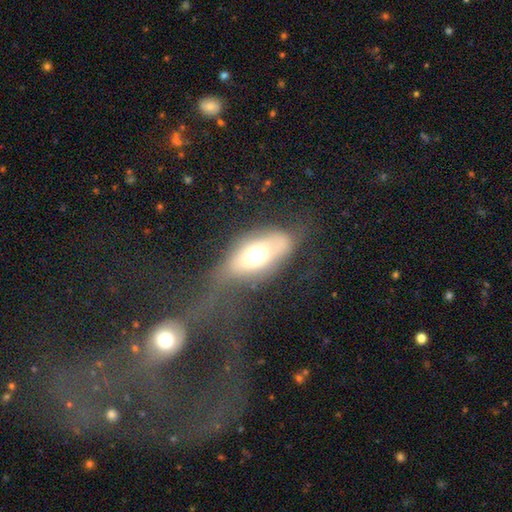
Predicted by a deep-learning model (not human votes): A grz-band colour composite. It shows a smooth galaxy with no disk features (56%) that is in between round and cigar-shaped (82%). Merging: major disturbance (37%, tied with none).